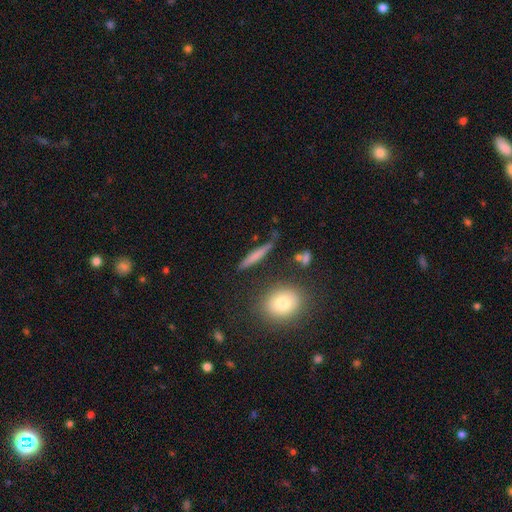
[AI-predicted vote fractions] Smooth or featured: smooth — 60% (featured or disk — 31%)
How rounded: cigar-shaped — 86% (in between — 9%)
Merging: none — 78% (minor disturbance — 13%)